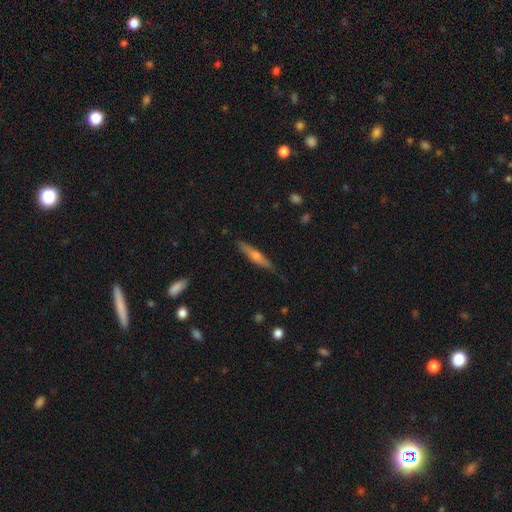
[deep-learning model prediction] Overall: featured or disk (56%; smooth 38%). Edge-on disk: yes (95%). Edge-on bulge: rounded (84%). Merging: none (83%).